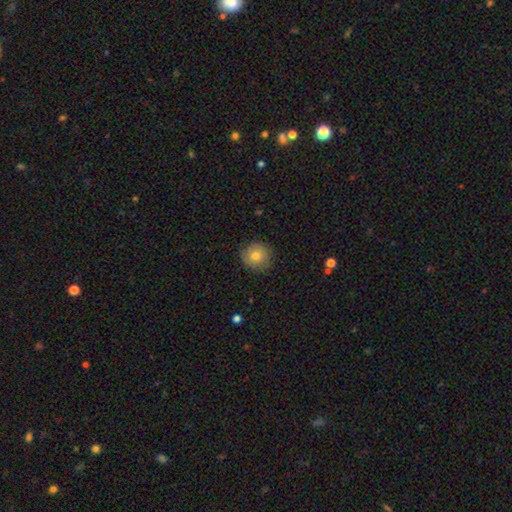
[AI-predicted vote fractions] A smooth galaxy with no disk features (76%) that is round (93%). Merging: none (86%).